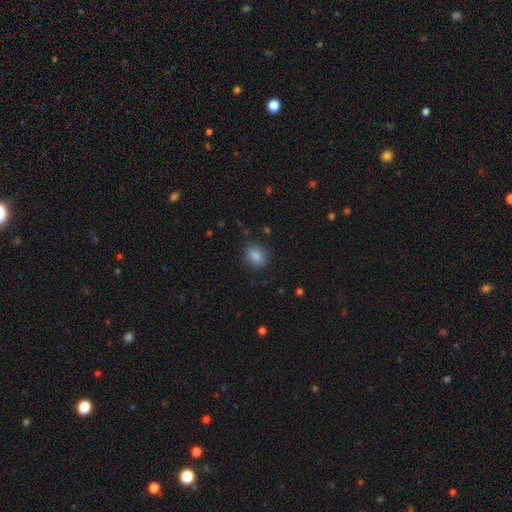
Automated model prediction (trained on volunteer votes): Overall: smooth (85%). How rounded: in between (57%; round 42%). Merging: none (84%).